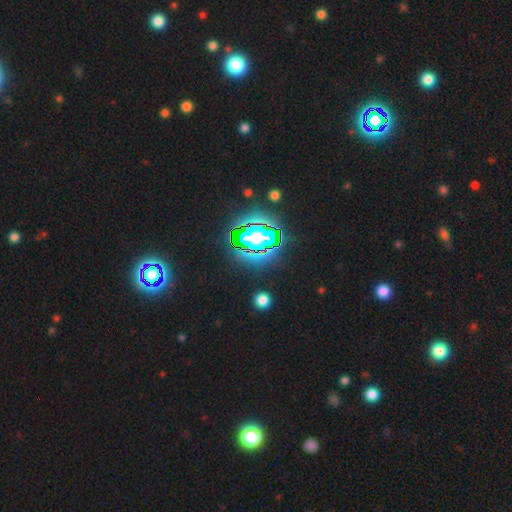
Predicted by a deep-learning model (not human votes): Q: Smooth or featured?
A: star or artifact (82%); runner-up: smooth (11%)